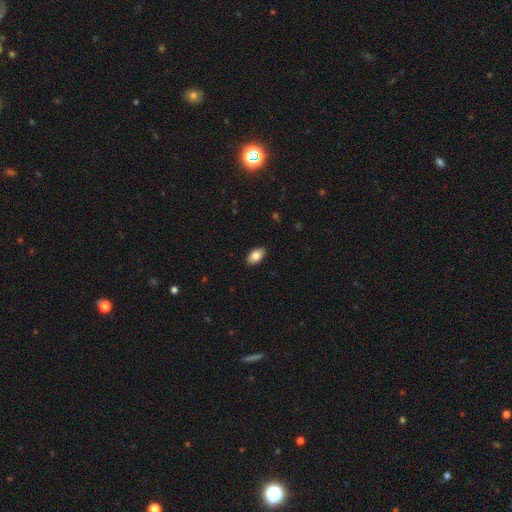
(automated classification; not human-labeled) smooth-or-featured: smooth: 82% | featured or disk: 11% | star or artifact: 7%
  how-rounded: in between: 93% | round: 4% | cigar-shaped: 3%
  merging: none: 89% | minor disturbance: 8% | major disturbance: 2% | merger: 1%